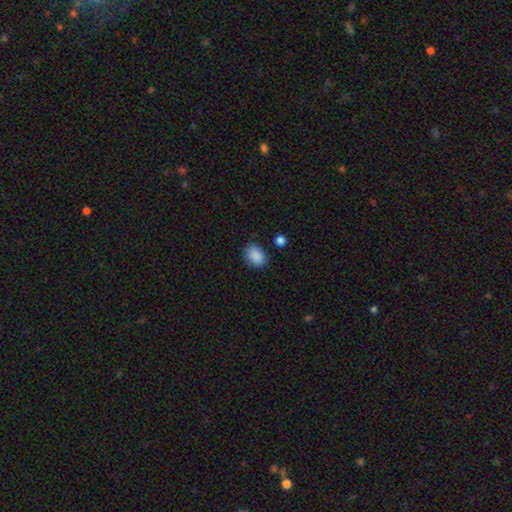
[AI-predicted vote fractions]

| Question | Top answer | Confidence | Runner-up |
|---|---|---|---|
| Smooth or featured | smooth | 89% | star or artifact (8%) |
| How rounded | in between | 73% | round (26%) |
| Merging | none | 82% | minor disturbance (12%) |